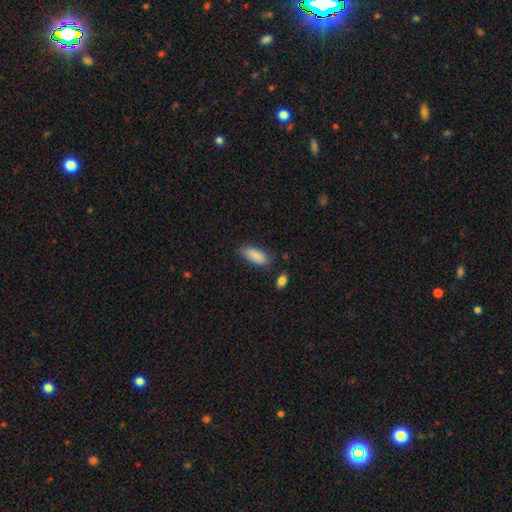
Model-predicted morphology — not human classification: The model was most divided on "merging": none: 74%, minor disturbance: 19%, major disturbance: 4%, merger: 3%. More confident: smooth or featured — smooth (87%); how rounded — in between (82%).